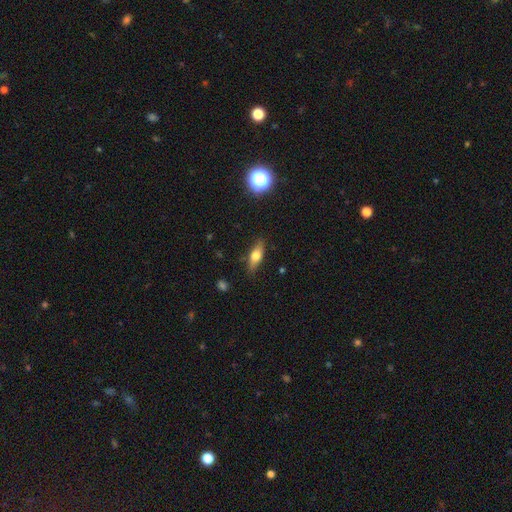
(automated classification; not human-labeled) Morphology: type=smooth (62%); roundness=in between (63%); merging=none (81%).